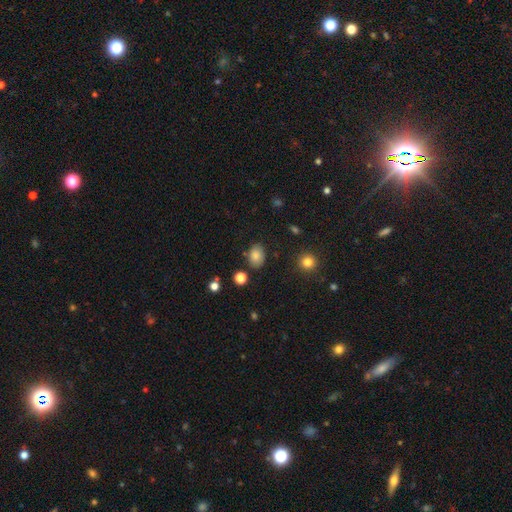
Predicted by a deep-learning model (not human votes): This appears to be a smooth galaxy with no disk features (82%) that is in between round and cigar-shaped (73%). Merging: none (80%).